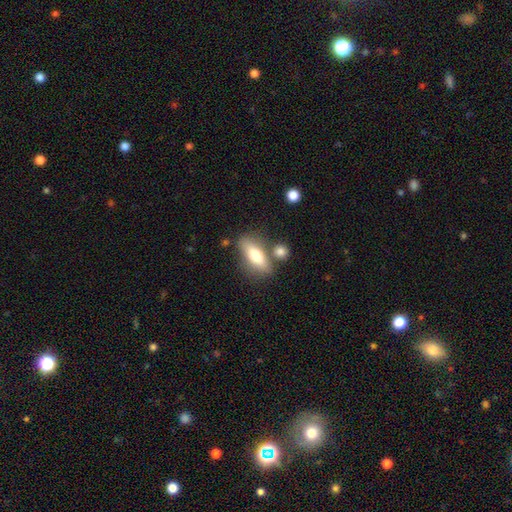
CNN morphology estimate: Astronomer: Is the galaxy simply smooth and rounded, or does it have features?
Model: smooth — 66%.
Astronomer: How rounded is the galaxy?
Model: in between — 72%.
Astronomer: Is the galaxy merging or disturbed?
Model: none — 67%.